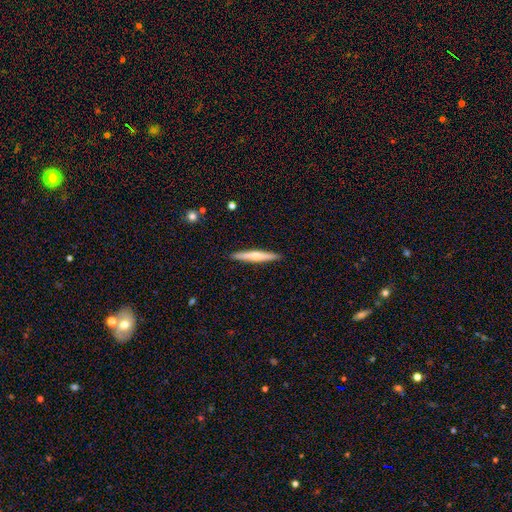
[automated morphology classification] Smooth or featured?
  - smooth: 49% *
  - featured or disk: 46%
  - star or artifact: 5%
Merging?
  - none: 92% *
  - minor disturbance: 6%
  - major disturbance: 1%
  - merger: 1%